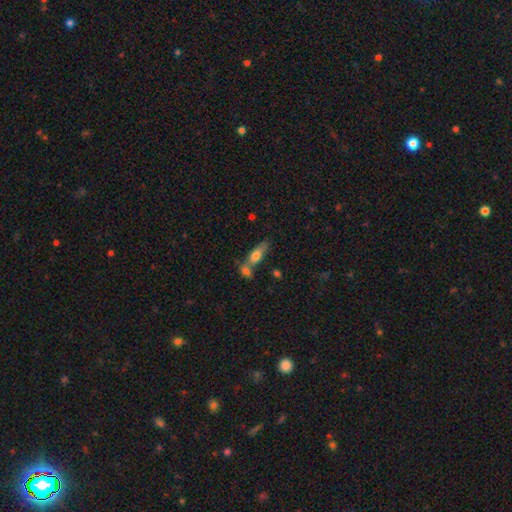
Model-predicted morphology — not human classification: smooth-or-featured: smooth: 68% | featured or disk: 25% | star or artifact: 8%
  how-rounded: in between: 62% | cigar-shaped: 34% | round: 4%
  merging: merger: 46% | none: 38% | minor disturbance: 11% | major disturbance: 5%